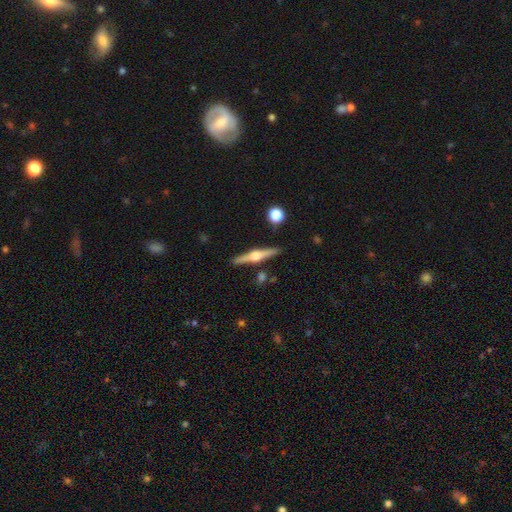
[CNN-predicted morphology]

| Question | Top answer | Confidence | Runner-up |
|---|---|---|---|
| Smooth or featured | featured or disk | 77% | smooth (17%) |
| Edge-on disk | yes | 98% | no (2%) |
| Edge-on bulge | rounded | 92% | boxy (6%) |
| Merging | none | 89% | minor disturbance (7%) |